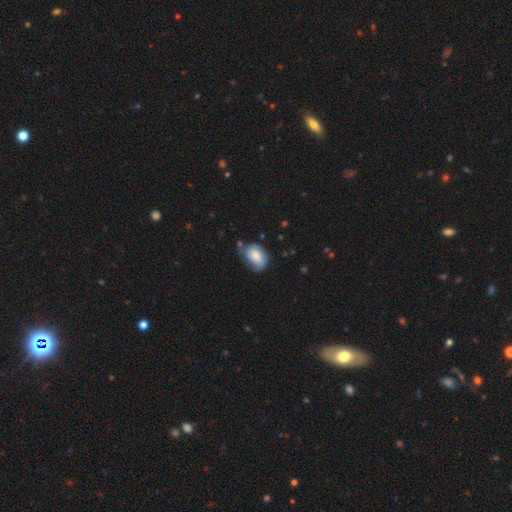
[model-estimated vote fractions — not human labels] Q: Smooth or featured?
A: smooth (66%); runner-up: featured or disk (26%)
Q: How rounded?
A: in between (79%); runner-up: round (20%)
Q: Merging?
A: none (49%); runner-up: minor disturbance (33%)